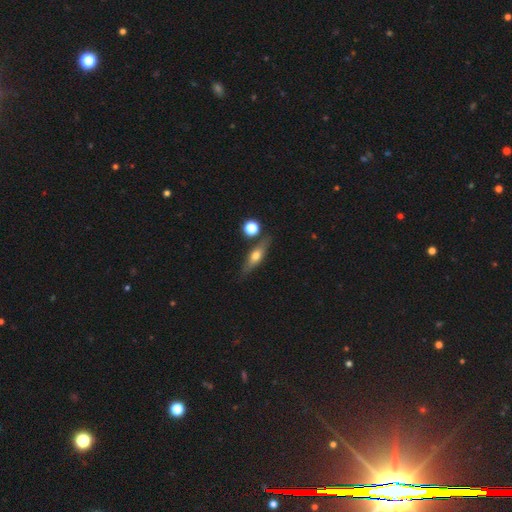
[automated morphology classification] featured or disk 46% (tied), smooth 46% (tied), star or artifact 8%. Down the decision tree: merging — none (77%).